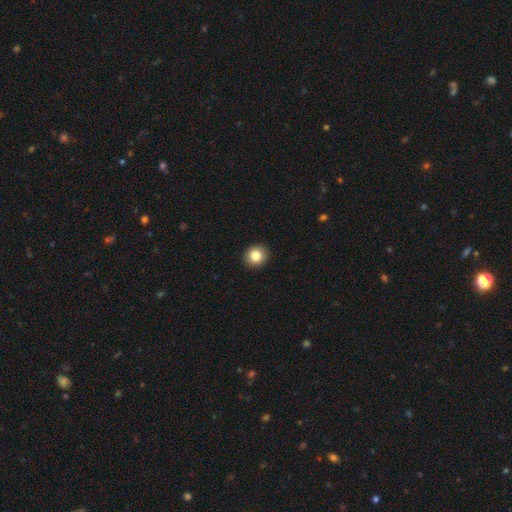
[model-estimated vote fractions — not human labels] A smooth galaxy with no disk features (84%) that is round (87%). Merging: none (92%).